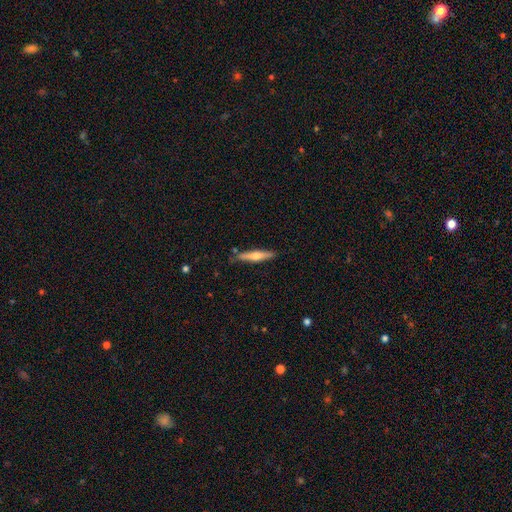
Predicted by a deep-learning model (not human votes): Overall: featured or disk (53%; smooth 41%). Edge-on disk: yes (95%). Edge-on bulge: rounded (89%). Merging: none (83%).